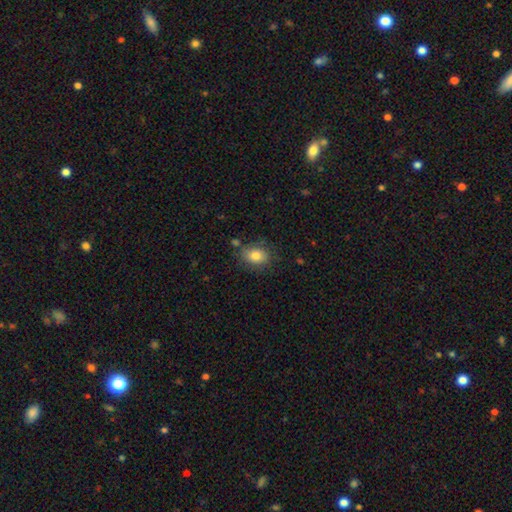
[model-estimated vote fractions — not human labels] smooth 82%, featured or disk 9%, star or artifact 9%. Down the decision tree: how rounded — in between (64%); merging — none (76%).